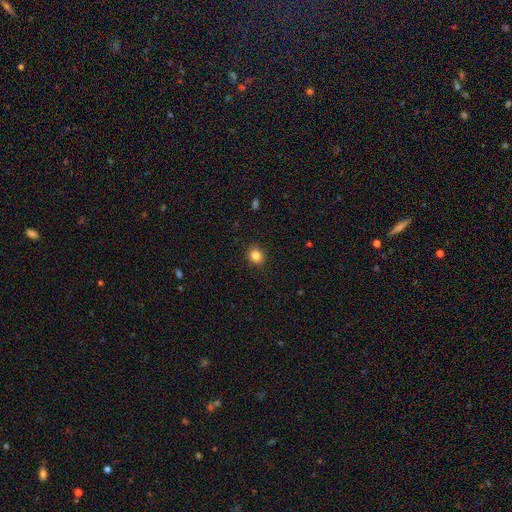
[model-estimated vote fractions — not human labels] This is clearly a smooth galaxy (85%). How rounded: likely round (70%). Merging: clearly none (90%).